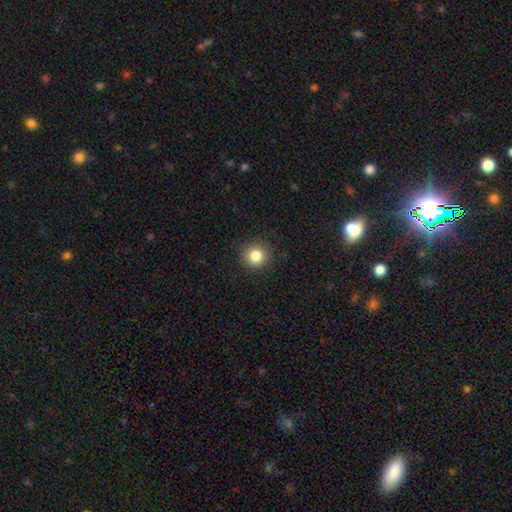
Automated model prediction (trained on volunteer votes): A smooth galaxy with no disk features (84%) that is round (92%).

Vote fractions:
- Smooth or featured? smooth: 84% / star or artifact: 11% / featured or disk: 5%
- How rounded? round: 92% / in between: 7% / cigar-shaped: 1%
- Merging? none: 90% / minor disturbance: 7% / major disturbance: 2% / merger: 1%